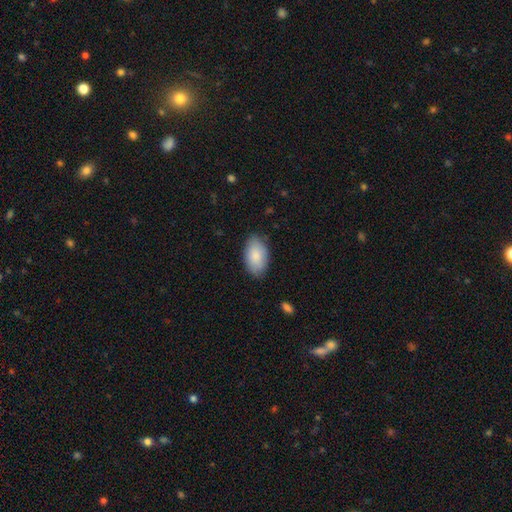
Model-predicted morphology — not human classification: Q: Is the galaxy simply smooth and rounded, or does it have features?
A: smooth — 85%.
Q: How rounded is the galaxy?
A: in between — 94%.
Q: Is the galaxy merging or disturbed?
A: none — 82%.